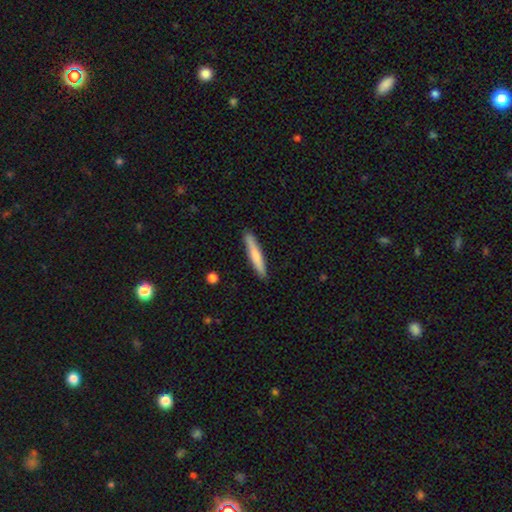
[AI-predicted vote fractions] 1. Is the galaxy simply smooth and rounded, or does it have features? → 70% smooth, 25% featured or disk, 5% star or artifact.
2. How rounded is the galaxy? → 93% cigar-shaped, 5% in between, 1% round.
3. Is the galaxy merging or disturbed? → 89% none, 8% minor disturbance, 2% major disturbance, 1% merger.